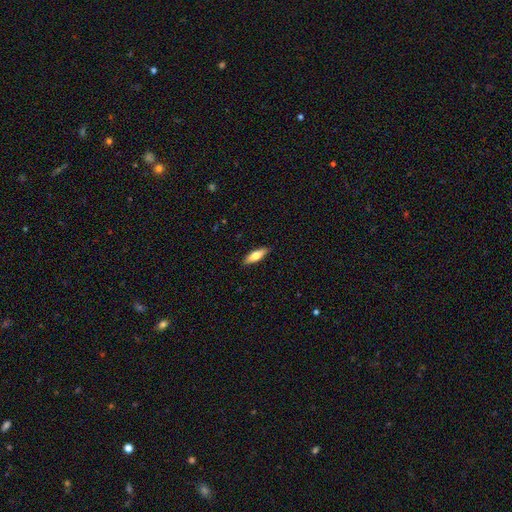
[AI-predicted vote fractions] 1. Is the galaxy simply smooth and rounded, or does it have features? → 62% smooth, 32% featured or disk, 6% star or artifact.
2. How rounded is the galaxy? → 51% in between, 47% cigar-shaped, 2% round.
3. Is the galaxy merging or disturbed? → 89% none, 9% minor disturbance, 2% major disturbance, 1% merger.